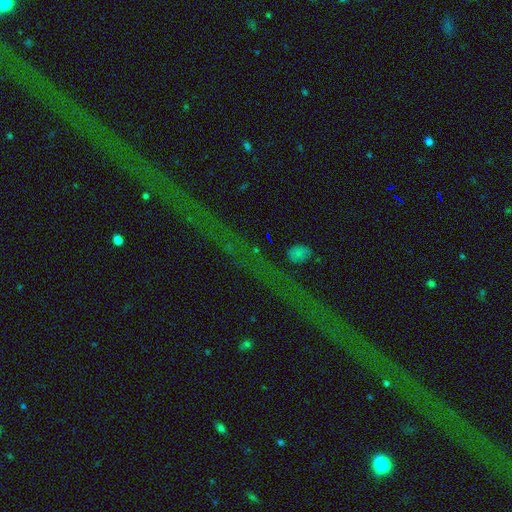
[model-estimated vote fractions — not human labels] smooth_or_featured: star or artifact (p=0.81) [alt: featured or disk p=0.12]